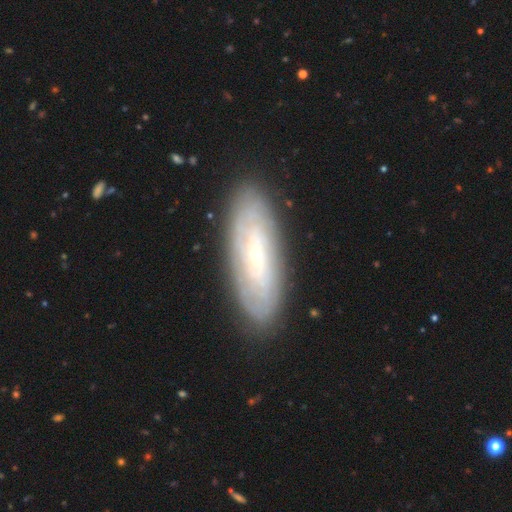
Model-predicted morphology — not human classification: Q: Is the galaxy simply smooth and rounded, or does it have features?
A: featured or disk — 62%.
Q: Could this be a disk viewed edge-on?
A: no — 79%.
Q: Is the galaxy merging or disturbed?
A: none — 86%.